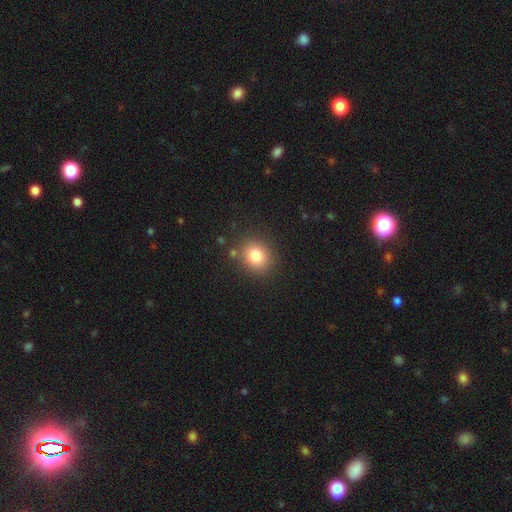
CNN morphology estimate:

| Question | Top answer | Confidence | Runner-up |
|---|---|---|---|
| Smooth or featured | smooth | 80% | star or artifact (12%) |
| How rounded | round | 76% | in between (23%) |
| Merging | none | 84% | minor disturbance (9%) |